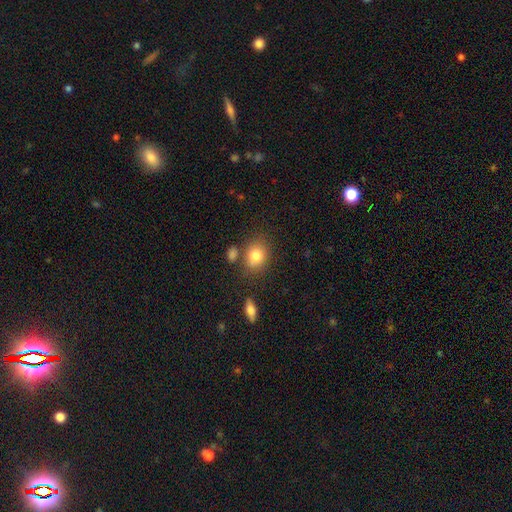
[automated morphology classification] This appears to be a smooth galaxy with no disk features (82%) that is round (53%). Merging: none (71%).